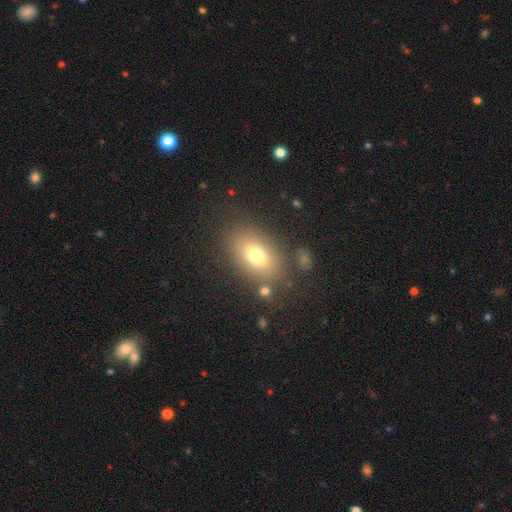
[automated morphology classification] smooth_or_featured: smooth (p=0.74) [alt: featured or disk p=0.14]
how_rounded: in between (p=0.82) [alt: round p=0.16]
merging: none (p=0.79) [alt: minor disturbance p=0.11]